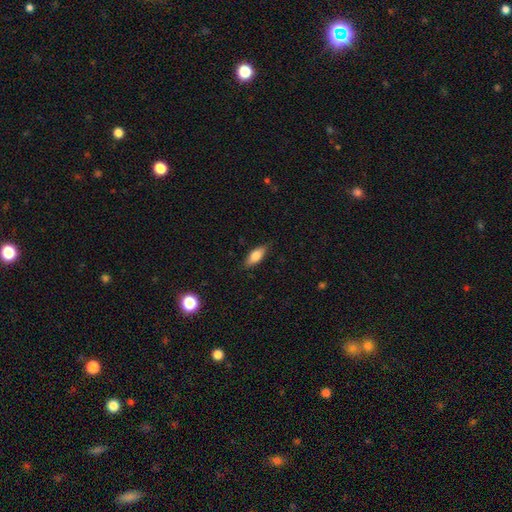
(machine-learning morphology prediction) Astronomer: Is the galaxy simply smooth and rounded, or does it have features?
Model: smooth — 75%.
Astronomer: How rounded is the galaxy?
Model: in between — 74%.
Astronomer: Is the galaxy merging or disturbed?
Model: none — 83%.